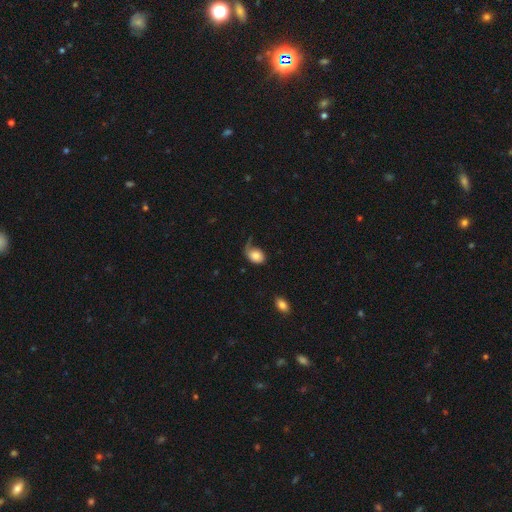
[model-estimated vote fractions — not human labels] Smooth or featured?
  - smooth: 73% *
  - featured or disk: 20%
  - star or artifact: 8%
How rounded?
  - in between: 72% *
  - round: 27%
  - cigar-shaped: 1%
Merging?
  - none: 36% *
  - major disturbance: 33%
  - minor disturbance: 27%
  - merger: 4%